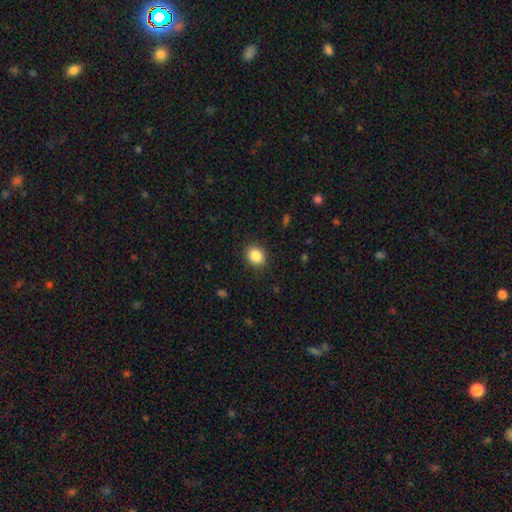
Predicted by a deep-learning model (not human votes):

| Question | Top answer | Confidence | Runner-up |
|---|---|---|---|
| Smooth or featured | smooth | 87% | star or artifact (9%) |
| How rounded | round | 69% | in between (30%) |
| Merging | none | 89% | minor disturbance (8%) |